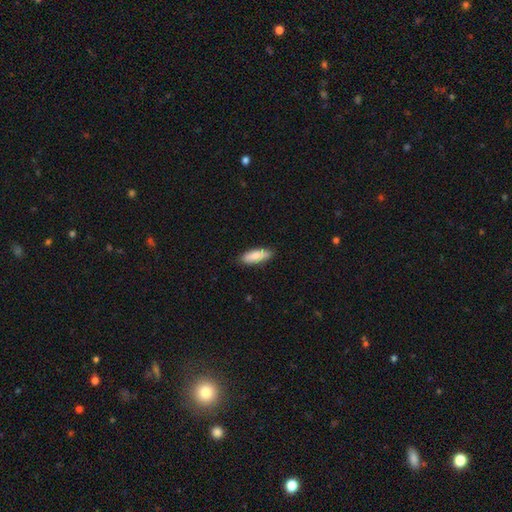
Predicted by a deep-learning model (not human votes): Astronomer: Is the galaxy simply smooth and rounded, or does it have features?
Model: smooth — 85%.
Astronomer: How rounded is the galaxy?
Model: in between — 64%.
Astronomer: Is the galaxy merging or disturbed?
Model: none — 87%.